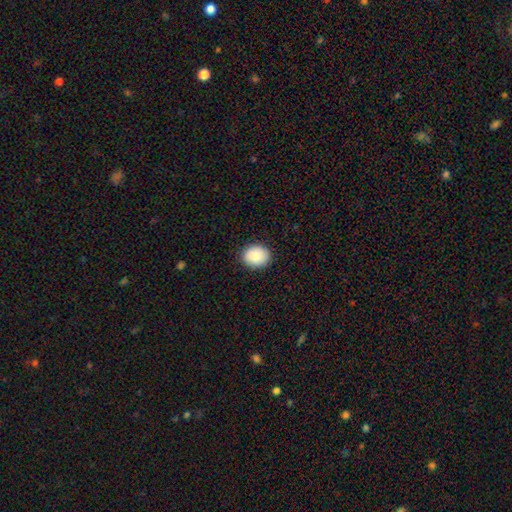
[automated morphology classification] This appears to be a smooth galaxy with no disk features (89%) that is round (52%). Merging: none (89%).